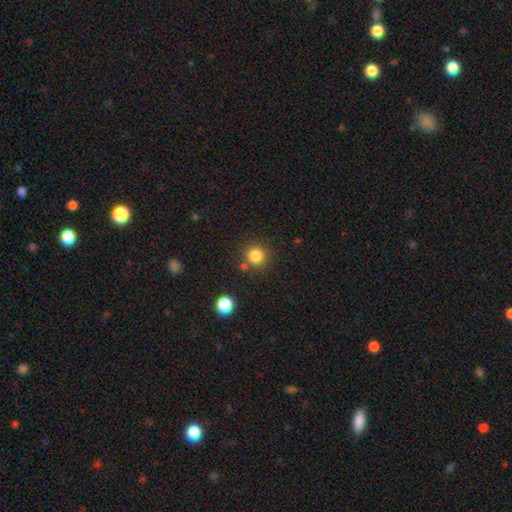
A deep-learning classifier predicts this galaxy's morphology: Smooth or featured: smooth — 83% (star or artifact — 12%)
How rounded: round — 93% (in between — 6%)
Merging: none — 82% (minor disturbance — 8%)